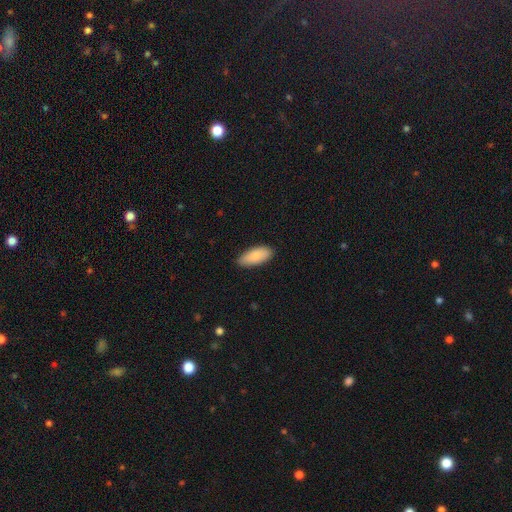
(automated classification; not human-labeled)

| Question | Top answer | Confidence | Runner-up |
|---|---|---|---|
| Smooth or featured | smooth | 87% | featured or disk (7%) |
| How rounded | in between | 86% | cigar-shaped (13%) |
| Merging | none | 85% | minor disturbance (12%) |